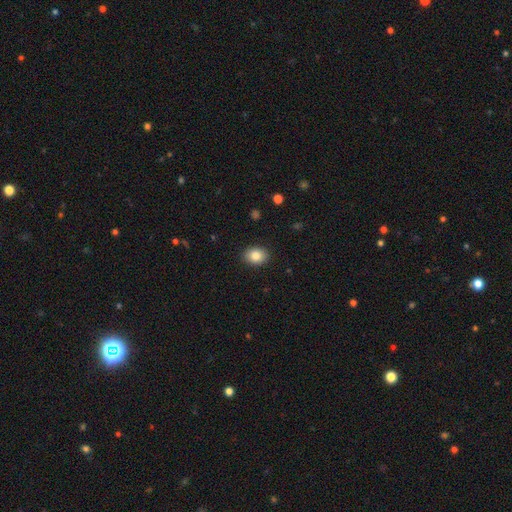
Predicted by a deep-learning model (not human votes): This appears to be a smooth galaxy with no disk features (84%) that is in between round and cigar-shaped (60%). Merging: none (90%).